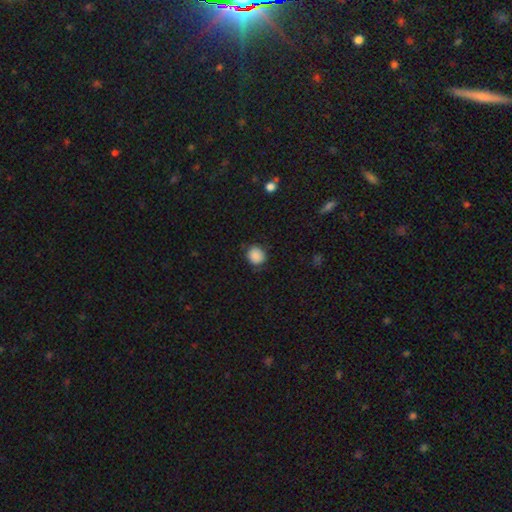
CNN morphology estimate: Overall: smooth (88%). How rounded: round (84%). Merging: none (82%).